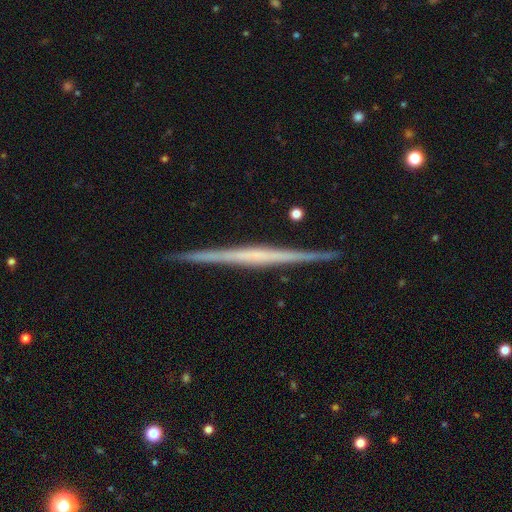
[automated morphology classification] The model was most divided on "smooth or featured": featured or disk: 76%, smooth: 20%, star or artifact: 5%. More confident: edge-on disk — yes (98%); merging — none (92%); edge-on bulge — none (74%).